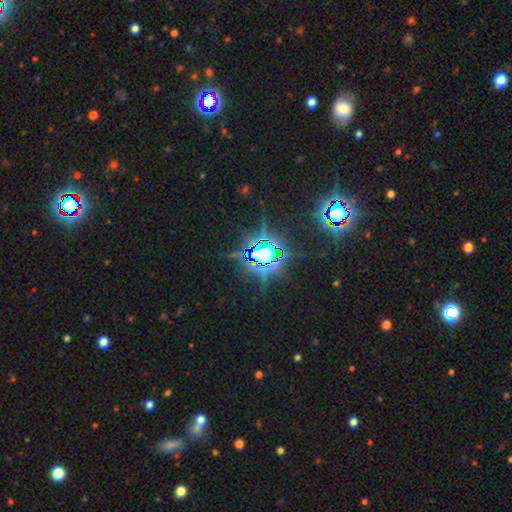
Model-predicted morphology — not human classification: Smooth or featured?
  - star or artifact: 83% *
  - smooth: 10%
  - featured or disk: 7%